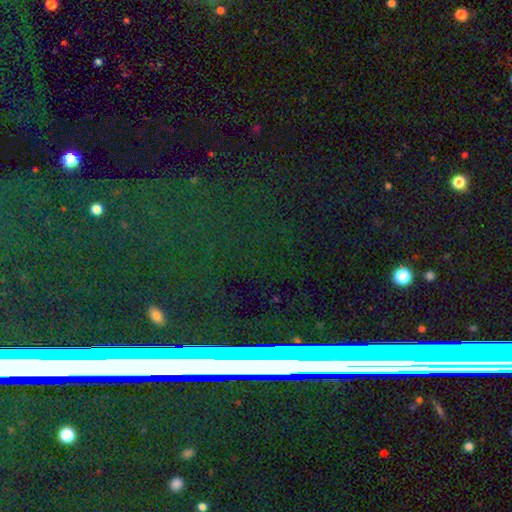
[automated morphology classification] Smooth or featured? Predicted: star or artifact (p=0.69).